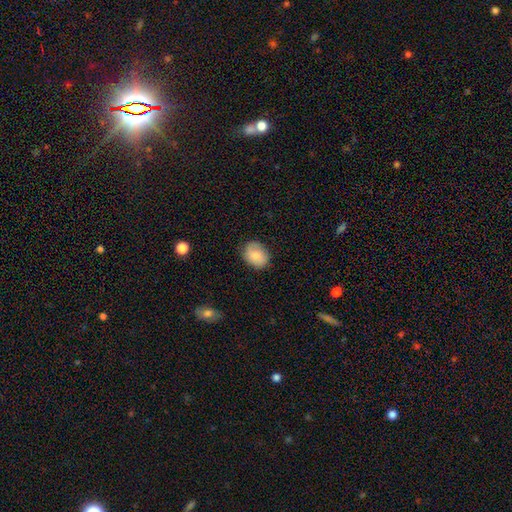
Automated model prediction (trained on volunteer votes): A smooth galaxy with no disk features (80%) that is in between round and cigar-shaped (57%). Merging: none (78%).